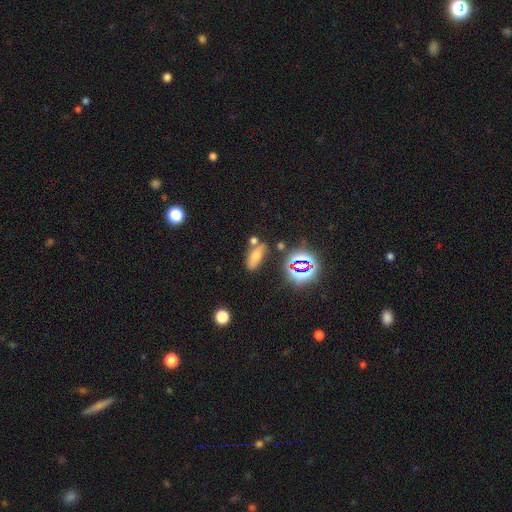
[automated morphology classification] A smooth galaxy with no disk features (57%) that is in between round and cigar-shaped (72%). Merging: none (61%).